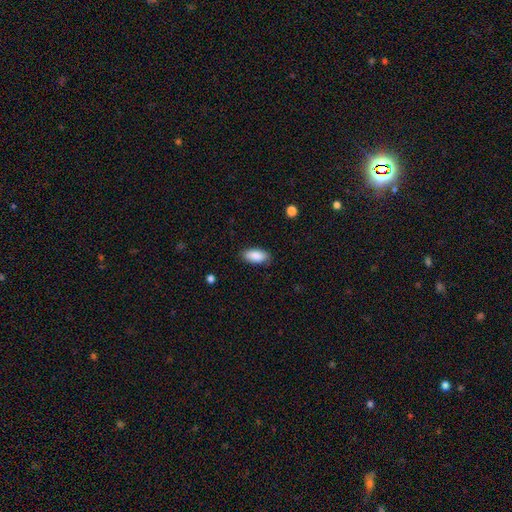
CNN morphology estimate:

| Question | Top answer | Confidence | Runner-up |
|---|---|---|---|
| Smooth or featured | smooth | 89% | star or artifact (6%) |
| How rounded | in between | 90% | cigar-shaped (8%) |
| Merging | none | 86% | minor disturbance (11%) |